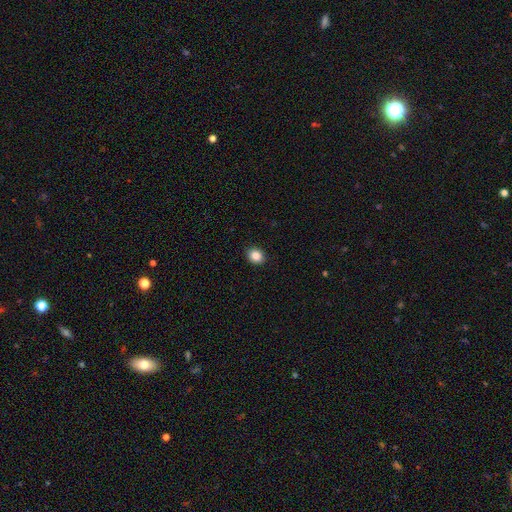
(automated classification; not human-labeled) A smooth galaxy with no disk features (87%) that is round (62%).

Vote fractions:
- Smooth or featured? smooth: 87% / star or artifact: 9% / featured or disk: 4%
- How rounded? round: 62% / in between: 38% / cigar-shaped: 1%
- Merging? none: 91% / minor disturbance: 7% / major disturbance: 2% / merger: 1%